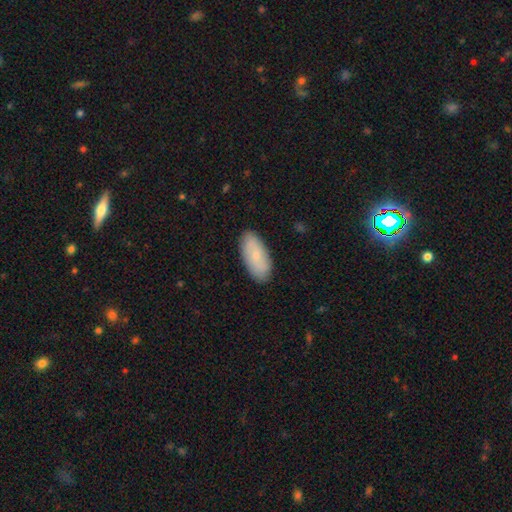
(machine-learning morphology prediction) Overall: smooth (74%). How rounded: in between (90%). Merging: none (87%).